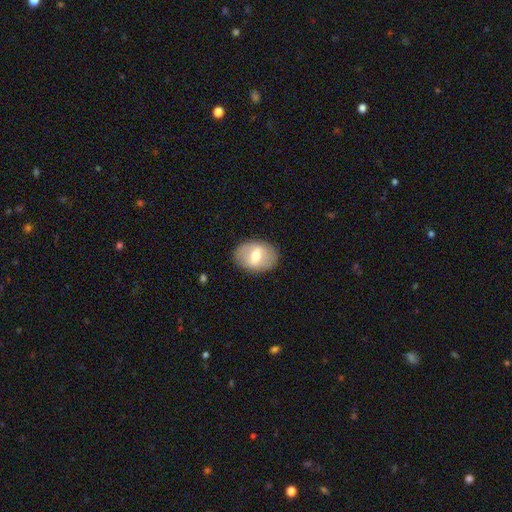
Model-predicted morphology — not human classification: Overall: smooth (54%; featured or disk 39%). How rounded: in between (76%). Merging: none (85%).